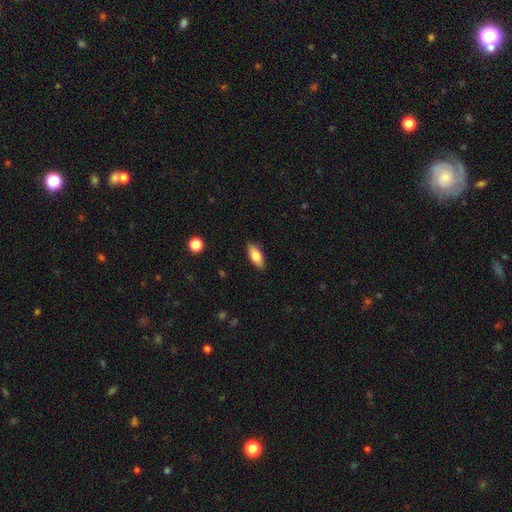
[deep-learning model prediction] Q: Smooth or featured?
A: smooth (75%); runner-up: featured or disk (18%)
Q: How rounded?
A: in between (75%); runner-up: cigar-shaped (23%)
Q: Merging?
A: none (88%); runner-up: minor disturbance (9%)